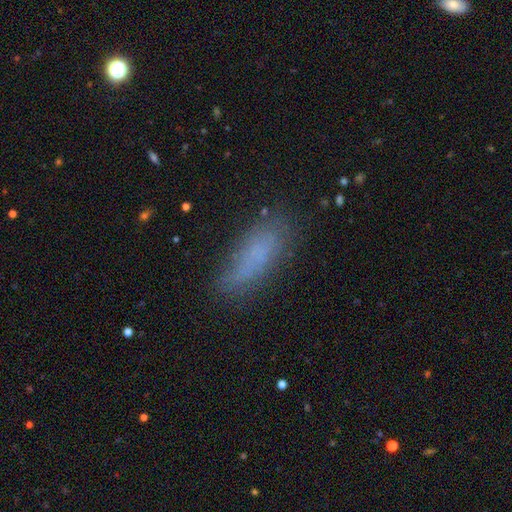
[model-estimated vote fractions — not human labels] A smooth galaxy with no disk features (72%) that is in between round and cigar-shaped (61%). Merging: none (66%).